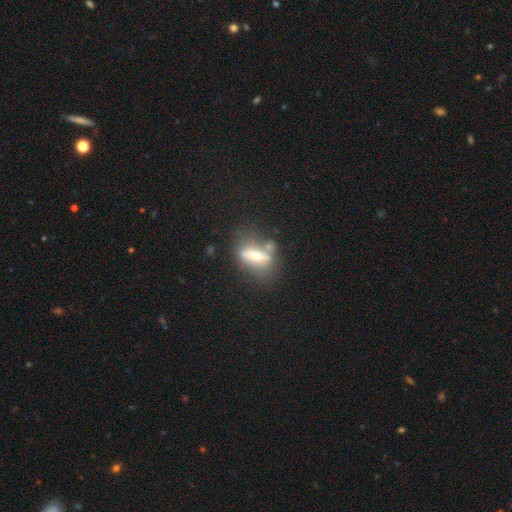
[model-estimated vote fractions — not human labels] A featured or disk galaxy (55%) with not edge-on (50%, tied with yes). Merging: none (55%).